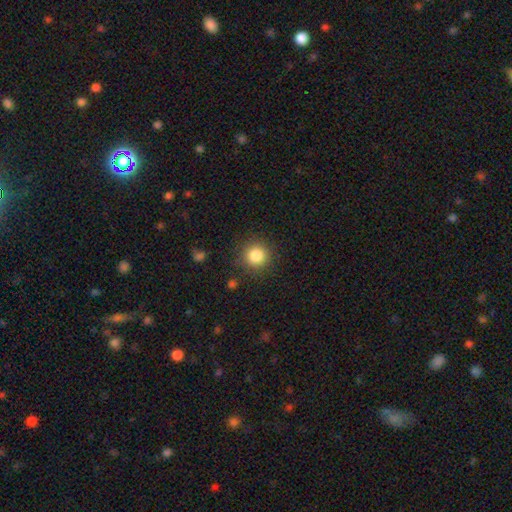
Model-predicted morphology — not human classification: Smooth or featured? smooth (84%)
How rounded? round (93%)
Merging? none (87%)